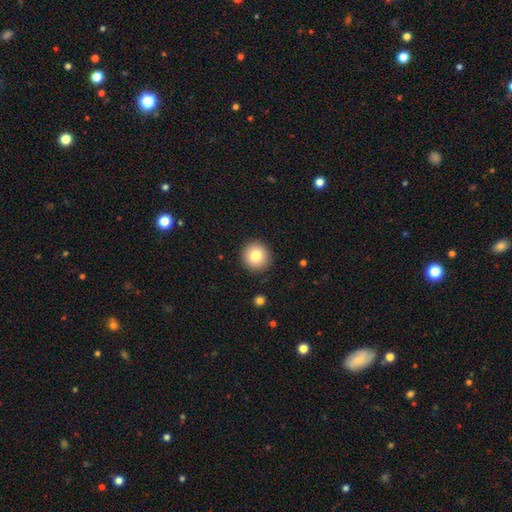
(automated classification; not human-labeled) A smooth galaxy with no disk features (80%) that is round (94%). Merging: none (91%).